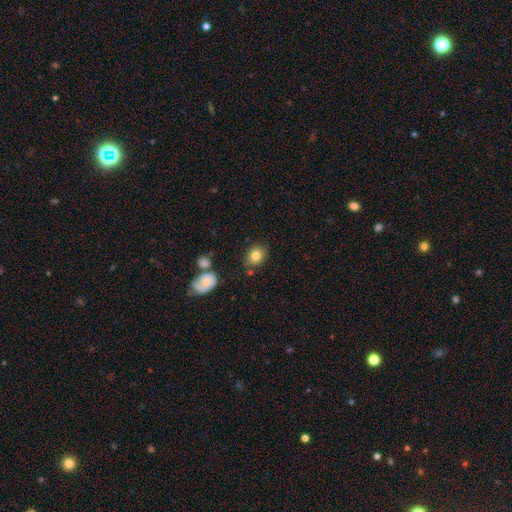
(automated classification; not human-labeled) smooth-or-featured: smooth: 82% | featured or disk: 9% | star or artifact: 9%
  how-rounded: round: 54% | in between: 45% | cigar-shaped: 1%
  merging: none: 79% | minor disturbance: 13% | merger: 5% | major disturbance: 3%